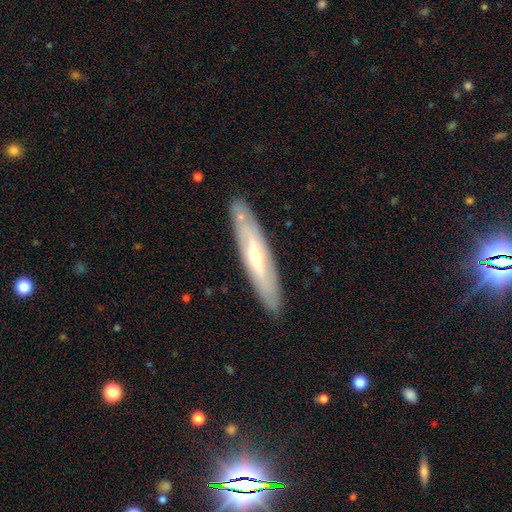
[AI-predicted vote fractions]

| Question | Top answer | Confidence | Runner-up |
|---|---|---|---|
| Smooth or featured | featured or disk | 67% | smooth (27%) |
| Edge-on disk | yes | 55% | no (45%) |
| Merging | none | 87% | minor disturbance (10%) |